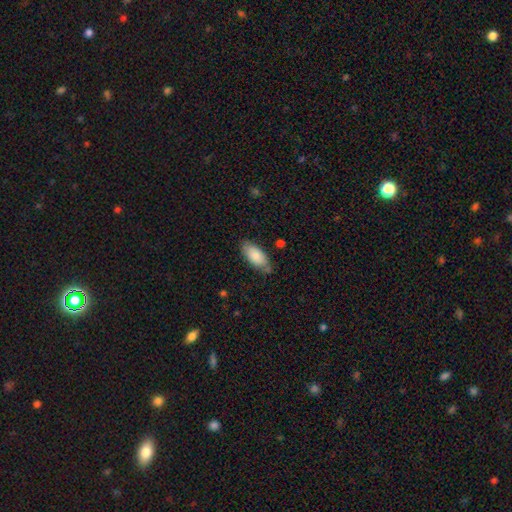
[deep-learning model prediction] Q: Smooth or featured?
A: smooth (83%); runner-up: featured or disk (11%)
Q: How rounded?
A: in between (88%); runner-up: cigar-shaped (10%)
Q: Merging?
A: none (73%); runner-up: minor disturbance (21%)